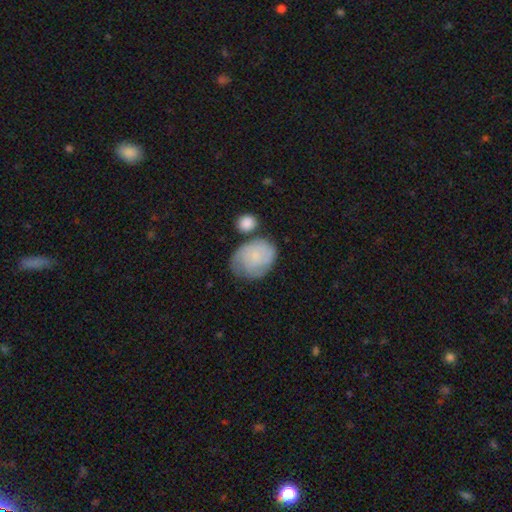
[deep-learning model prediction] This appears to be a smooth galaxy with no disk features (59%) that is in between round and cigar-shaped (59%). Merging: none (49%).